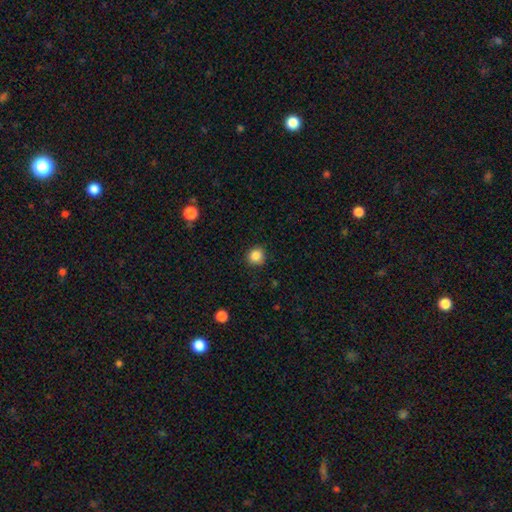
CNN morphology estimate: The model was most divided on "how rounded": round: 87%, in between: 12%, cigar-shaped: 1%. More confident: smooth or featured — smooth (86%); merging — none (86%).